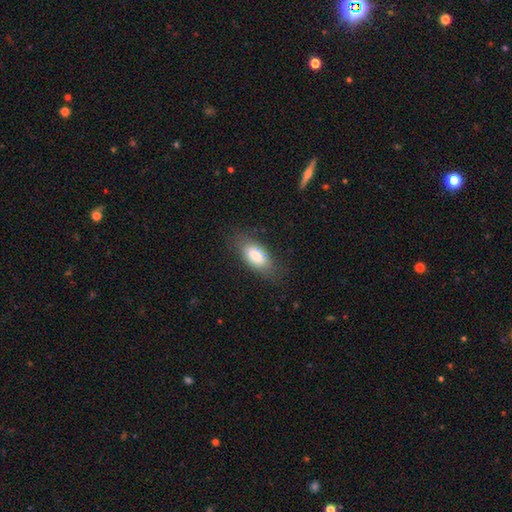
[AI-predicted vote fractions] A smooth galaxy with no disk features (80%) that is in between round and cigar-shaped (86%). Merging: none (74%).